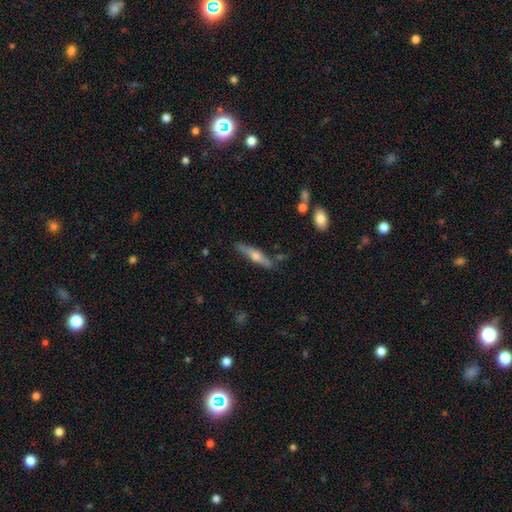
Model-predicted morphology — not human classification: Overall: featured or disk (61%; smooth 33%). Edge-on disk: yes (96%). Edge-on bulge: rounded (92%). Merging: none (83%).